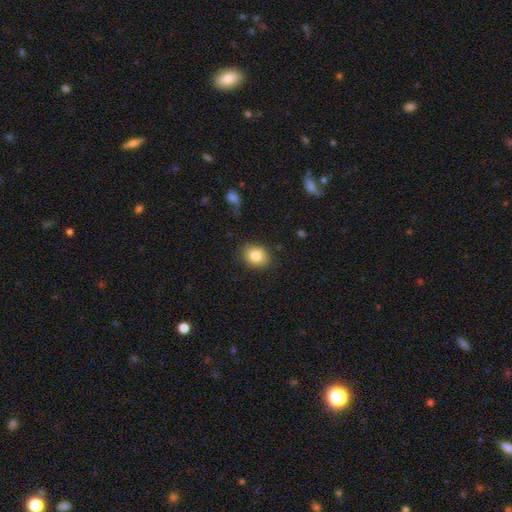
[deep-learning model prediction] Smooth or featured: smooth — 83% (star or artifact — 9%)
How rounded: round — 56% (in between — 43%)
Merging: none — 86% (minor disturbance — 10%)